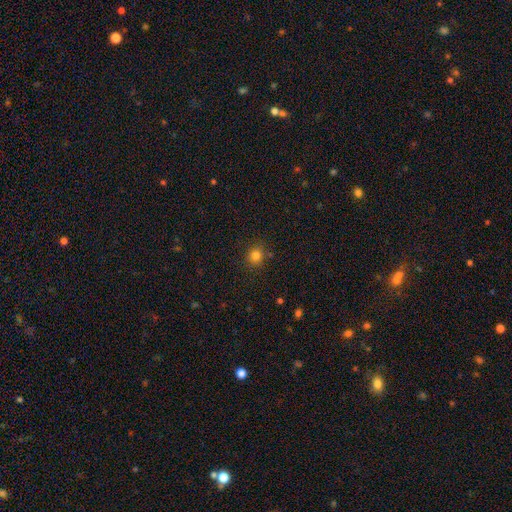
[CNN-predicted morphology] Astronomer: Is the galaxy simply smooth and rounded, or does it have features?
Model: smooth — 80%.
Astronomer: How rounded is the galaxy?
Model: round — 84%.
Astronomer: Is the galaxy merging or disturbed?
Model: none — 86%.